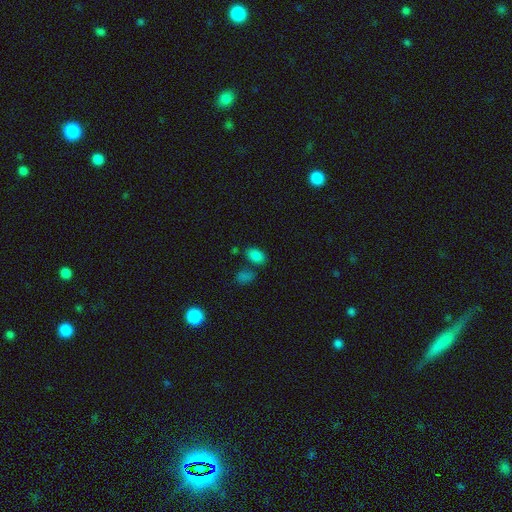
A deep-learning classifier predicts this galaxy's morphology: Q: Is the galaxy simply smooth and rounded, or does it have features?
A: smooth — 83%.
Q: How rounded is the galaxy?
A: in between — 88%.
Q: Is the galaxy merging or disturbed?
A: none — 68%.